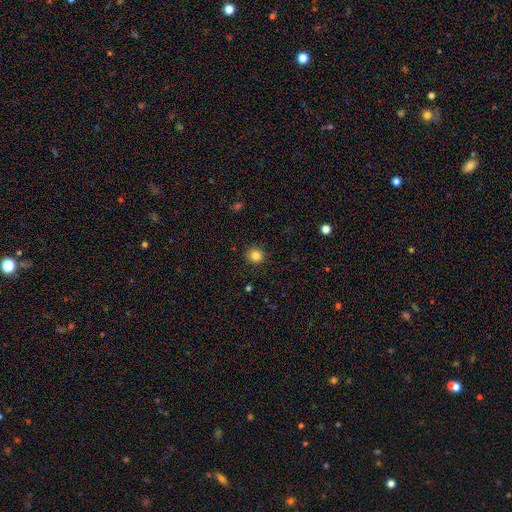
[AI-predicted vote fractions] A smooth galaxy with no disk features (83%) that is round (90%). Merging: none (91%).